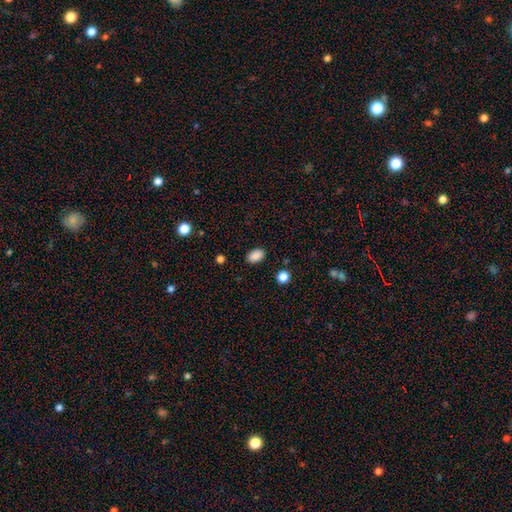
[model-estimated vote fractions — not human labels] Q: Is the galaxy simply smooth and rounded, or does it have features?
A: smooth — 88%.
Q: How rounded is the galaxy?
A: in between — 87%.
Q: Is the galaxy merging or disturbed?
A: none — 87%.